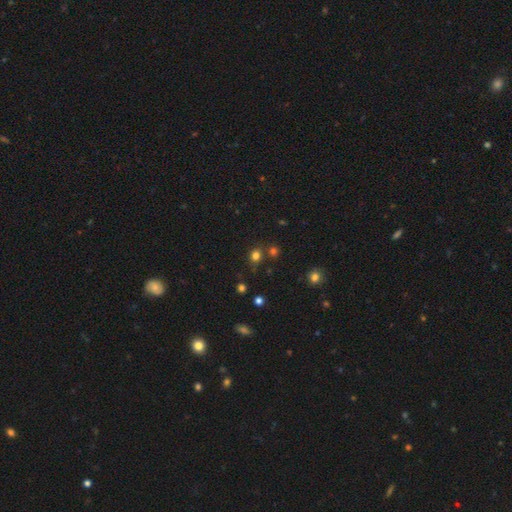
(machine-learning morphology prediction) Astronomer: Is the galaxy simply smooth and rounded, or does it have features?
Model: smooth — 74%.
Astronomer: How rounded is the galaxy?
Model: round — 76%.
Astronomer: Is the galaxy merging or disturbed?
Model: none — 71%.